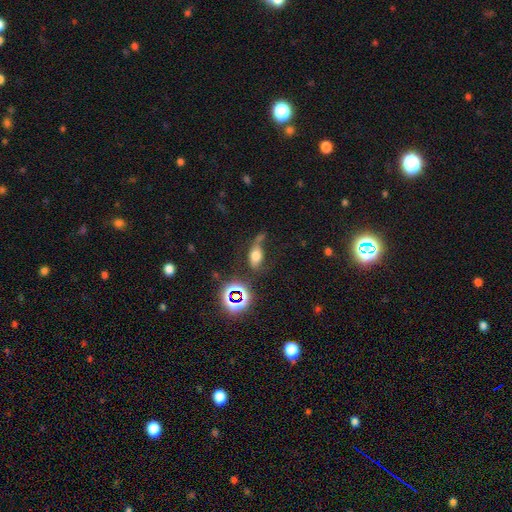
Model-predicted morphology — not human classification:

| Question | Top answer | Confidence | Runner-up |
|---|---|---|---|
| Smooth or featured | smooth | 56% | star or artifact (23%) |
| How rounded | in between | 80% | round (13%) |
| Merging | none | 45% | minor disturbance (22%) |